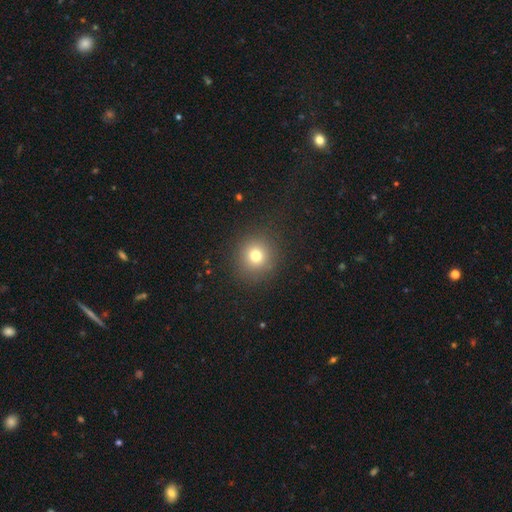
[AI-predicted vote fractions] smooth_or_featured: smooth (p=0.75) [alt: star or artifact p=0.16]
how_rounded: round (p=0.91) [alt: in between p=0.08]
merging: none (p=0.89) [alt: minor disturbance p=0.06]